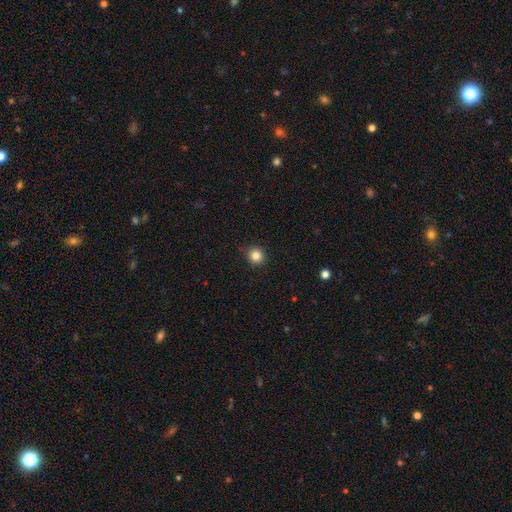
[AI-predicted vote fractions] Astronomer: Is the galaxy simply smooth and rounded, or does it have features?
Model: smooth — 84%.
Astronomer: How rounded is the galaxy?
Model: round — 92%.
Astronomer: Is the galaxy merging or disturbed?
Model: none — 92%.